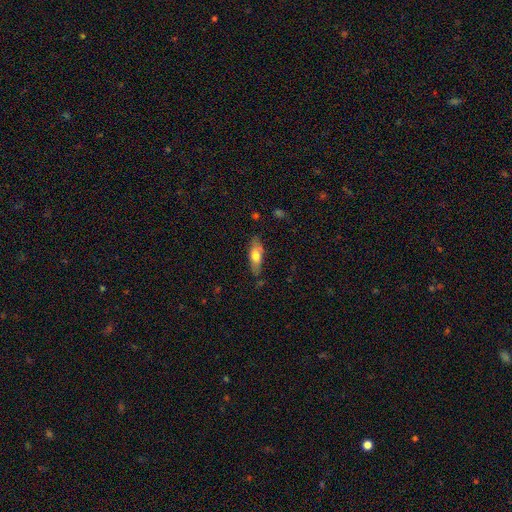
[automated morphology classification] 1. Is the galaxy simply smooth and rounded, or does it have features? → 64% smooth, 30% featured or disk, 6% star or artifact.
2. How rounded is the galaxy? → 58% in between, 39% cigar-shaped, 3% round.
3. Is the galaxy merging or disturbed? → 79% none, 16% minor disturbance, 3% major disturbance, 2% merger.